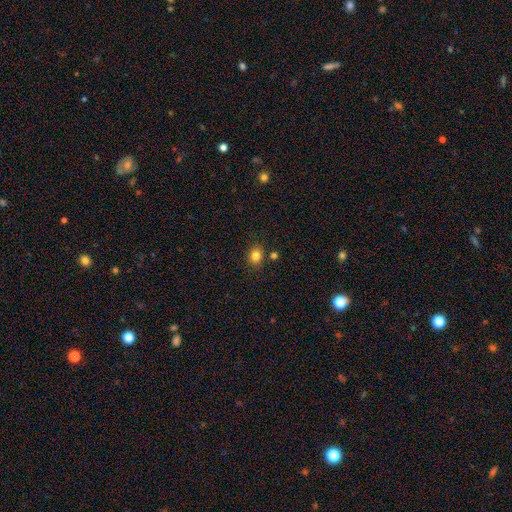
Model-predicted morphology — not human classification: This appears to be a smooth galaxy with no disk features (82%) that is round (64%). Merging: none (82%).